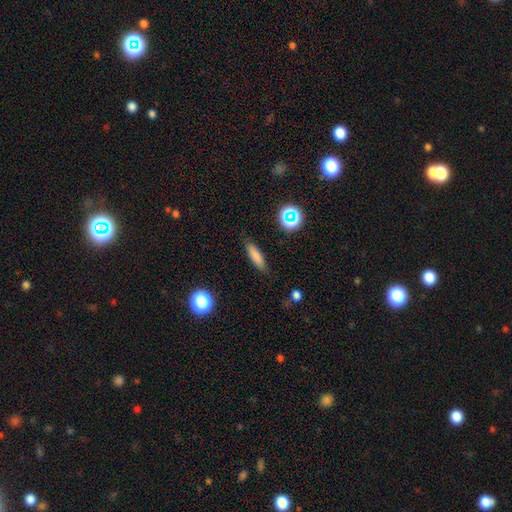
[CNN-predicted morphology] This appears to be a smooth galaxy with no disk features (80%) that is cigar-shaped (63%). Merging: none (85%).